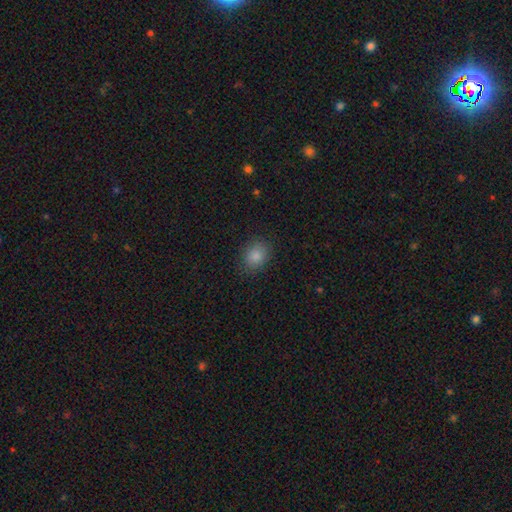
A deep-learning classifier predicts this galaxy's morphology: A smooth galaxy with no disk features (86%) that is in between round and cigar-shaped (50%). Merging: none (85%).